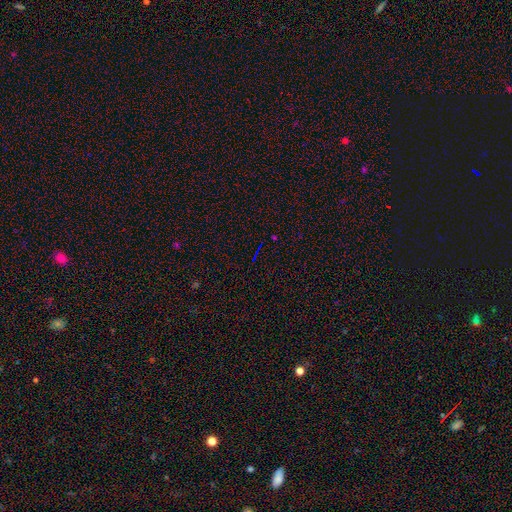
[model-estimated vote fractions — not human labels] Morphology: type=star or artifact (74%).